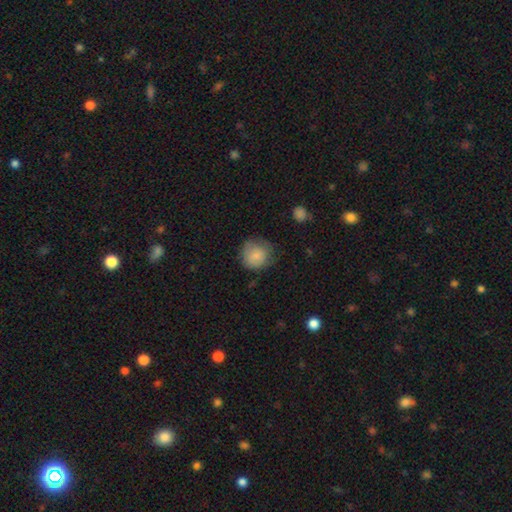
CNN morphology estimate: smooth-or-featured: smooth: 83% | featured or disk: 9% | star or artifact: 8%
  how-rounded: round: 89% | in between: 10% | cigar-shaped: 1%
  merging: none: 65% | minor disturbance: 25% | major disturbance: 8% | merger: 1%